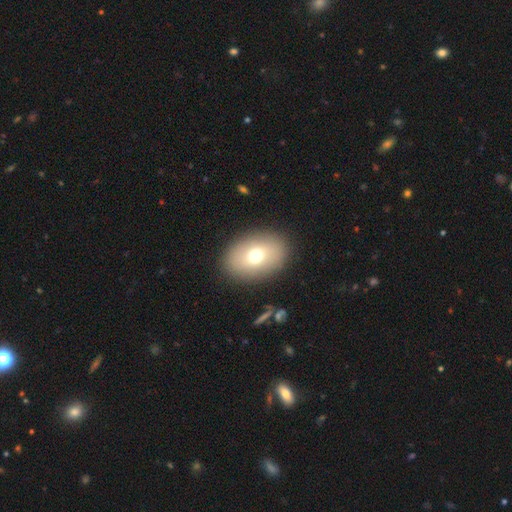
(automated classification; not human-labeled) smooth 69%, featured or disk 22%, star or artifact 10%. Down the decision tree: how rounded — in between (80%); merging — none (89%).